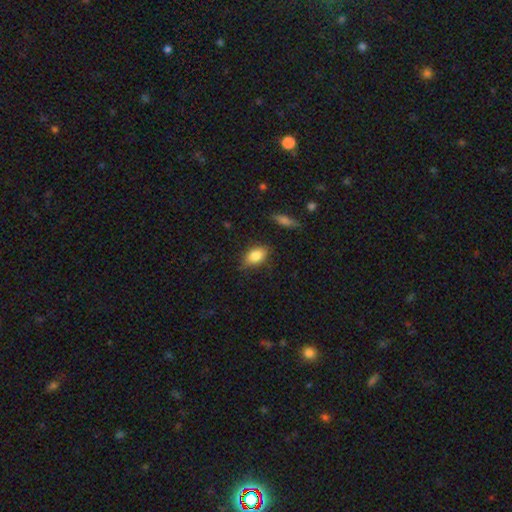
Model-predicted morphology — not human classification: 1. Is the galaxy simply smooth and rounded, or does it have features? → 83% smooth, 9% featured or disk, 8% star or artifact.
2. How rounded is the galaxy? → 84% in between, 12% round, 3% cigar-shaped.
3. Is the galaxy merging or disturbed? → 77% none, 17% minor disturbance, 3% major disturbance, 2% merger.